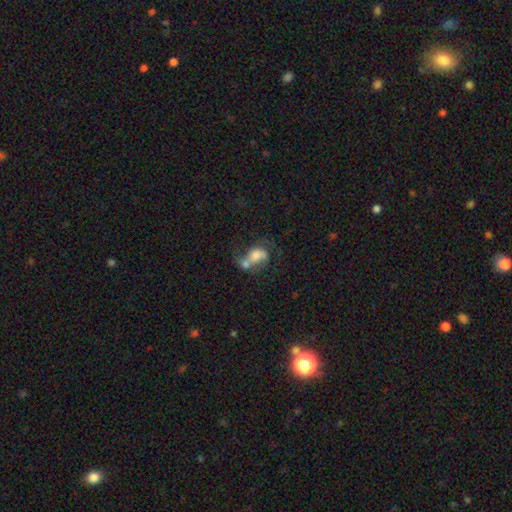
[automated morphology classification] Overall: featured or disk (45%; smooth 44%). Merging: merger (57%; none 18%).